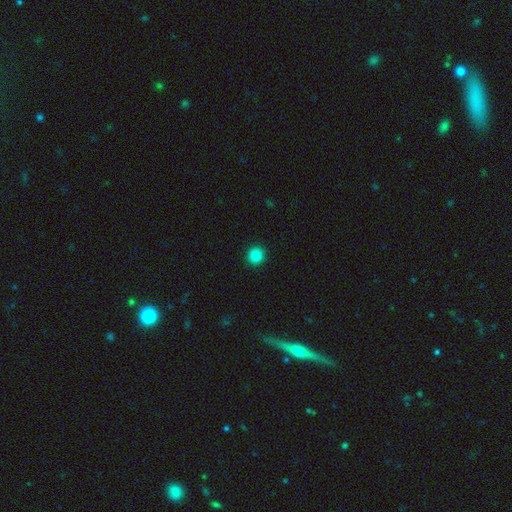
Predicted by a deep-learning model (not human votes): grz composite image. It shows a smooth galaxy with no disk features (84%) that is round (92%). Merging: none (92%).